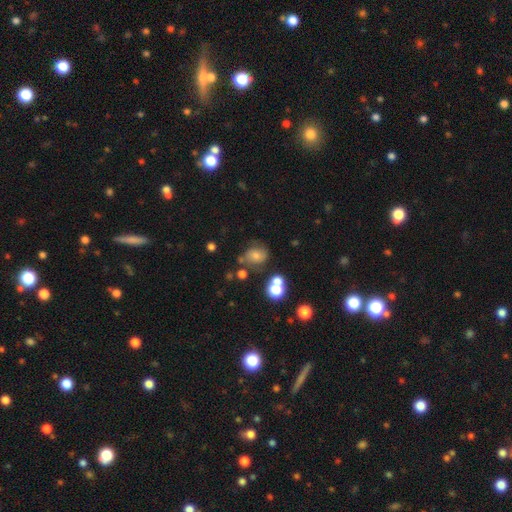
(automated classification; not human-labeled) Smooth or featured? smooth (62%)
How rounded? round (58%)
Merging? none (54%)